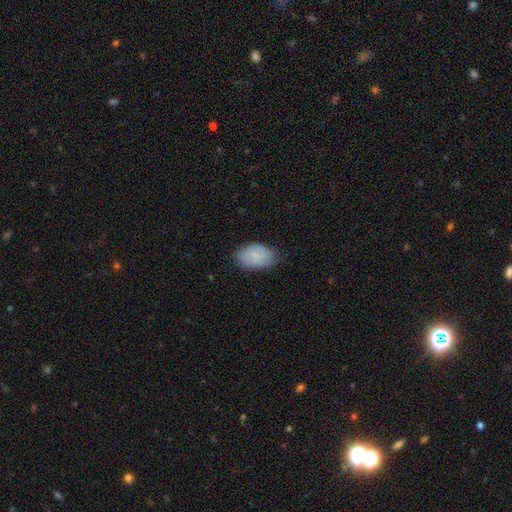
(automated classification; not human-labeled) Smooth or featured? smooth (82%)
How rounded? in between (91%)
Merging? none (73%)